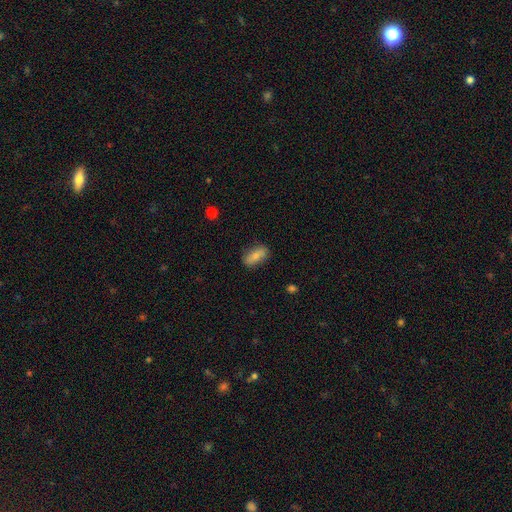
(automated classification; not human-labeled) This appears to be a smooth galaxy with no disk features (78%) that is in between round and cigar-shaped (84%). Merging: none (82%).